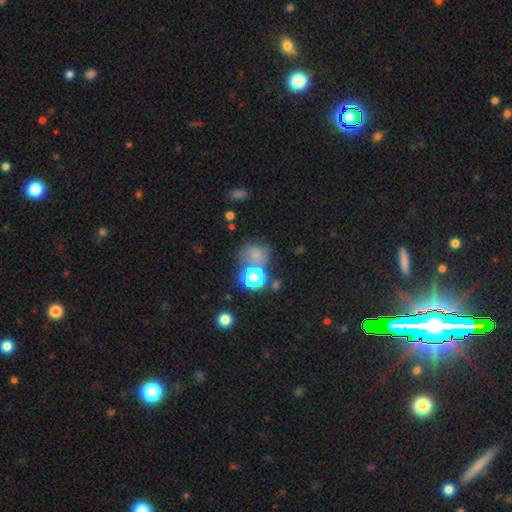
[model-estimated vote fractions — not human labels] smooth 63%, star or artifact 25%, featured or disk 11%. Down the decision tree: how rounded — round (73%); merging — none (46%).